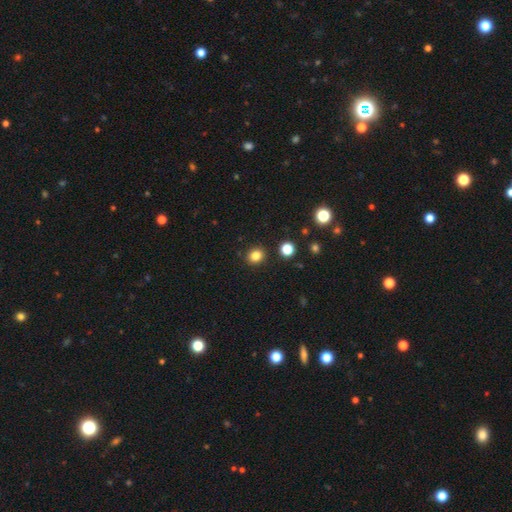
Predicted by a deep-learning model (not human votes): smooth_or_featured: smooth (p=0.82) [alt: star or artifact p=0.13]
how_rounded: round (p=0.76) [alt: in between p=0.23]
merging: none (p=0.90) [alt: minor disturbance p=0.06]